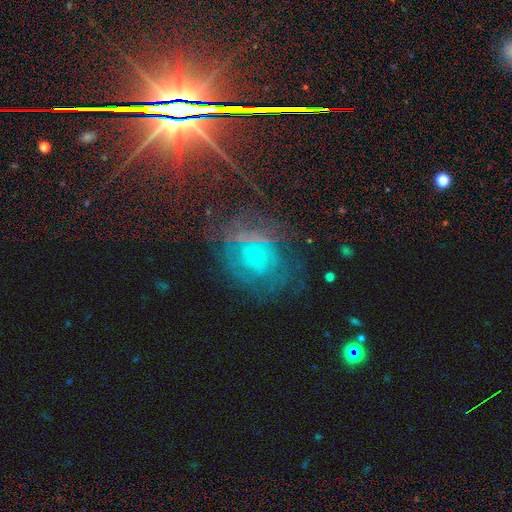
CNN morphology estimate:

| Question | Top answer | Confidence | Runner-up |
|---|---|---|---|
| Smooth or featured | featured or disk | 51% | star or artifact (28%) |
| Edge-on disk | no | 94% | yes (6%) |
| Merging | none | 63% | minor disturbance (18%) |